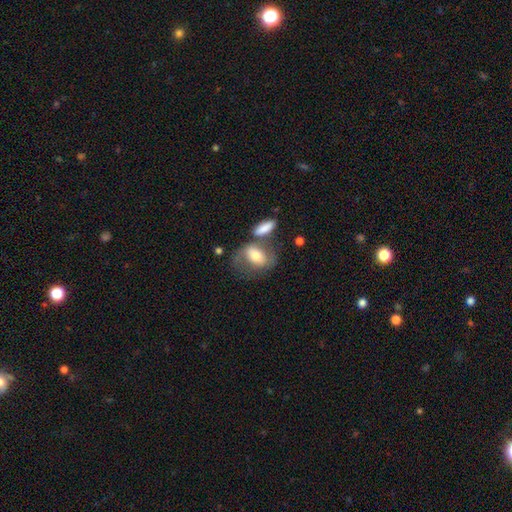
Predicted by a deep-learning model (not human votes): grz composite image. It shows a smooth galaxy with no disk features (61%) that is in between round and cigar-shaped (79%). Merging: none (39%).